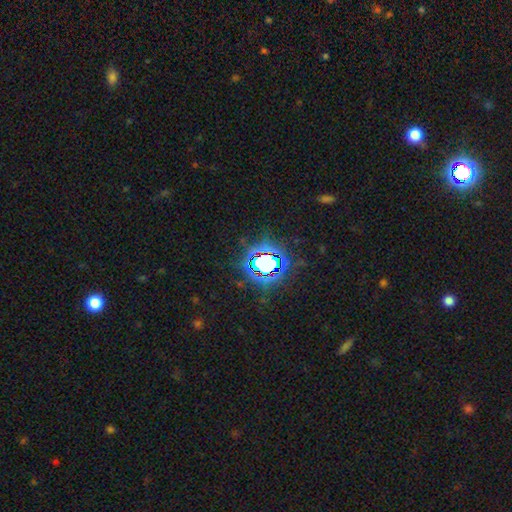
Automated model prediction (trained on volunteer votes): Smooth or featured?
  - star or artifact: 80% *
  - smooth: 12%
  - featured or disk: 8%